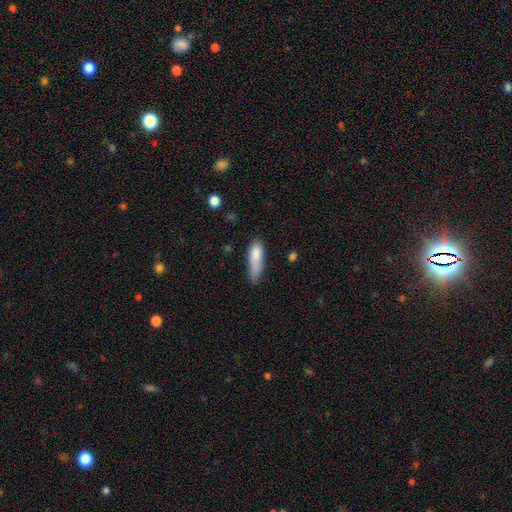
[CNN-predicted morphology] smooth 82%, featured or disk 11%, star or artifact 7%. Down the decision tree: how rounded — cigar-shaped (55%); merging — none (43%).